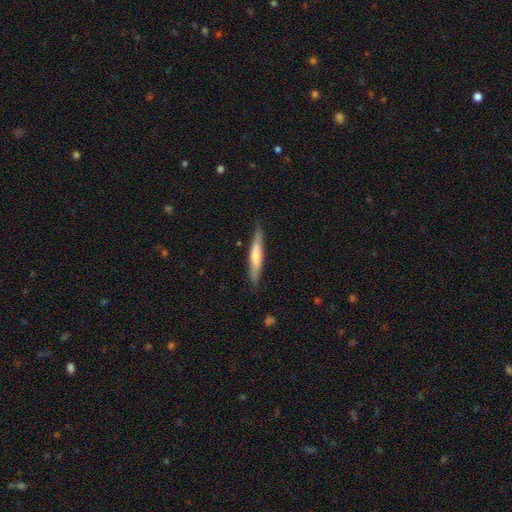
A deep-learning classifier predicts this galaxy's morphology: A featured or disk galaxy (48%).

Vote fractions:
- Smooth or featured? featured or disk: 48% / smooth: 46% / star or artifact: 6%
- Merging? none: 87% / minor disturbance: 10% / major disturbance: 2% / merger: 1%